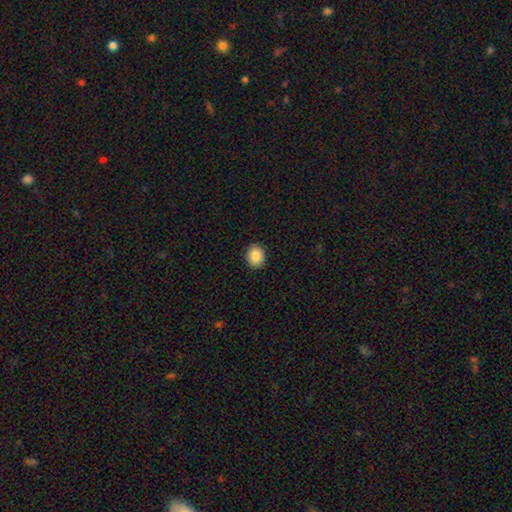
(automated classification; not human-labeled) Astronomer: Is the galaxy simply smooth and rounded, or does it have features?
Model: smooth — 87%.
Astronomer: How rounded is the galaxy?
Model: round — 63%.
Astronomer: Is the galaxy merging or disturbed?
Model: none — 90%.